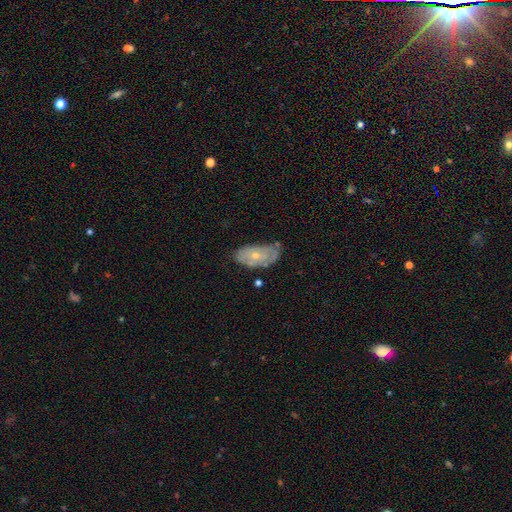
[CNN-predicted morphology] smooth-or-featured: featured or disk: 53% | smooth: 40% | star or artifact: 7%
  disk-edge-on: no: 89% | yes: 11%
  merging: none: 57% | minor disturbance: 31% | major disturbance: 9% | merger: 3%